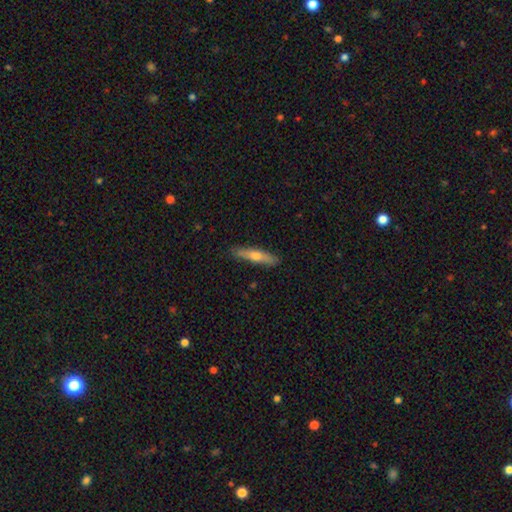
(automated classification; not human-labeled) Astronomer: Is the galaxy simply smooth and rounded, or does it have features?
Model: smooth — 53% (runner-up: featured or disk, 41%).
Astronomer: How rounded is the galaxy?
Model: cigar-shaped — 84%.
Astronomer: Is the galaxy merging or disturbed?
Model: none — 87%.